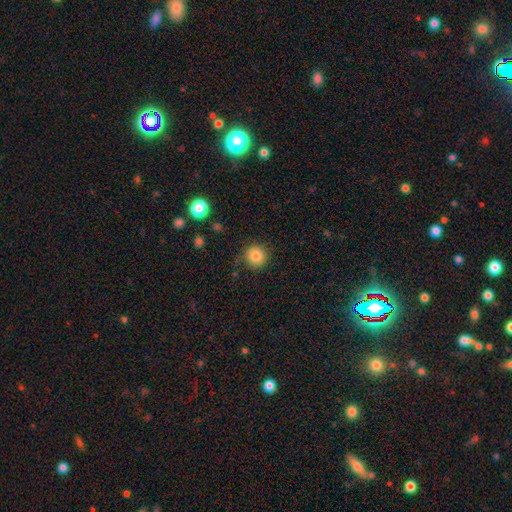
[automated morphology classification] Overall: smooth (82%). How rounded: round (92%). Merging: none (81%).